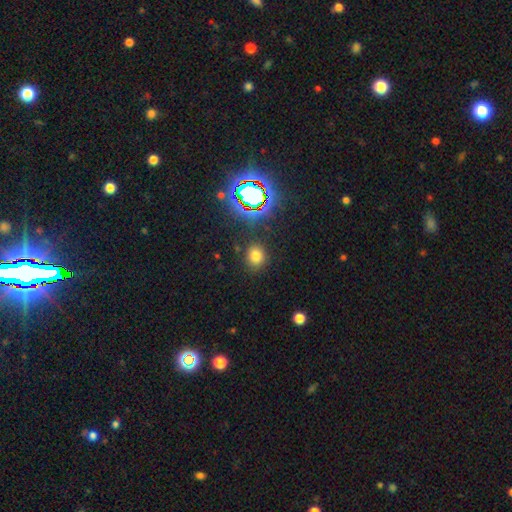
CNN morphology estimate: type=smooth (71%); roundness=round (73%); merging=none (86%).